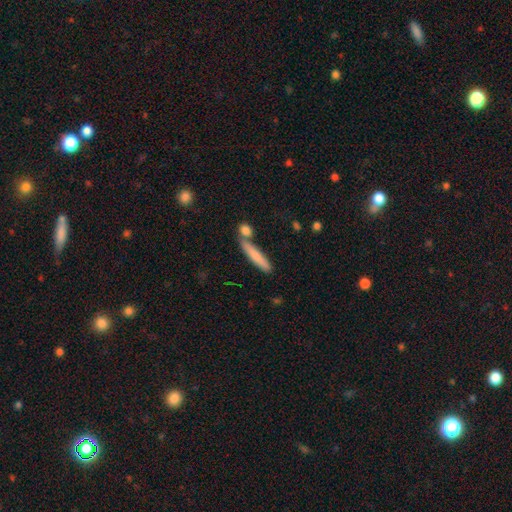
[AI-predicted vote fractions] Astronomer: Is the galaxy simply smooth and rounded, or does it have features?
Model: smooth — 72%.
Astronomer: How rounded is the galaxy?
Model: cigar-shaped — 90%.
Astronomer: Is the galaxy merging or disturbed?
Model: none — 67%.